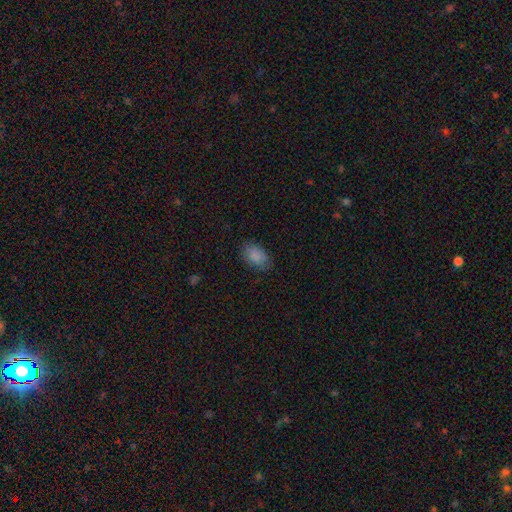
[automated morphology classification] smooth_or_featured: smooth (p=0.87) [alt: star or artifact p=0.09]
how_rounded: in between (p=0.87) [alt: round p=0.12]
merging: none (p=0.79) [alt: minor disturbance p=0.16]